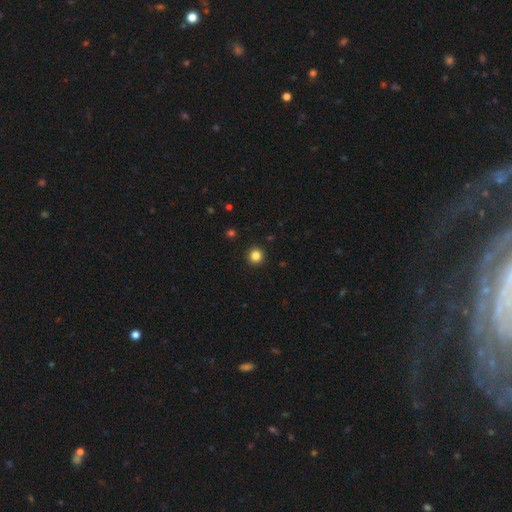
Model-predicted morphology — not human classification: Smooth or featured: smooth — 84% (star or artifact — 12%)
How rounded: round — 96% (in between — 4%)
Merging: none — 94% (minor disturbance — 4%)